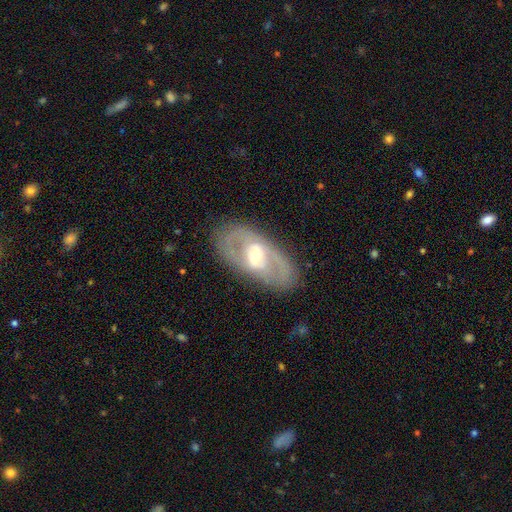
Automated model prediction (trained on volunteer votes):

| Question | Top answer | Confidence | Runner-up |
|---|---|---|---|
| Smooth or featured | featured or disk | 77% | smooth (17%) |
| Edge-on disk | no | 91% | yes (9%) |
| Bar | weak | 41% | no (33%) |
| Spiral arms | yes | 68% | no (32%) |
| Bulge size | moderate | 58% | small (36%) |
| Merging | none | 82% | minor disturbance (11%) |